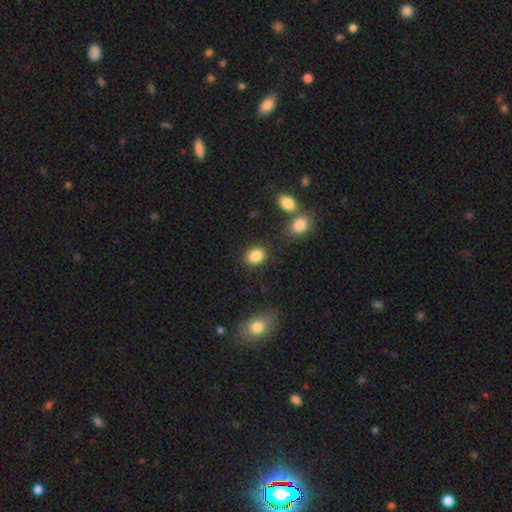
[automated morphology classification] Smooth or featured? smooth (87%)
How rounded? round (50%)
Merging? none (83%)